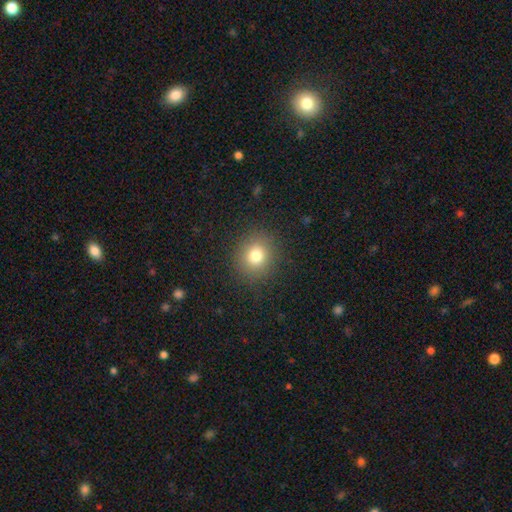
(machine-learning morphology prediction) smooth-or-featured: smooth: 77% | star or artifact: 14% | featured or disk: 9%
  how-rounded: round: 85% | in between: 14% | cigar-shaped: 1%
  merging: none: 88% | minor disturbance: 7% | major disturbance: 3% | merger: 1%